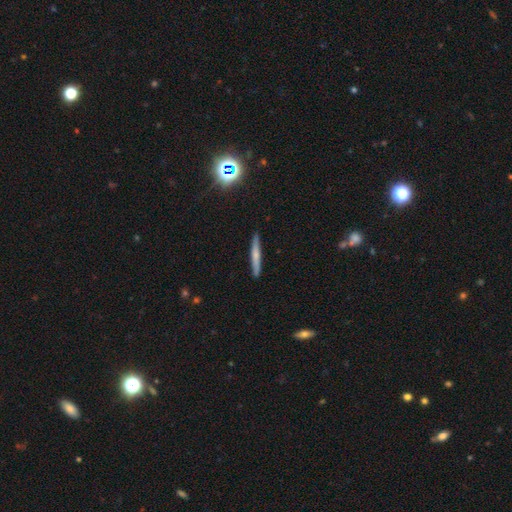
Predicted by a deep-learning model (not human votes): smooth_or_featured: smooth (p=0.56) [alt: featured or disk p=0.37]
how_rounded: cigar-shaped (p=0.95) [alt: in between p=0.03]
merging: none (p=0.89) [alt: minor disturbance p=0.08]